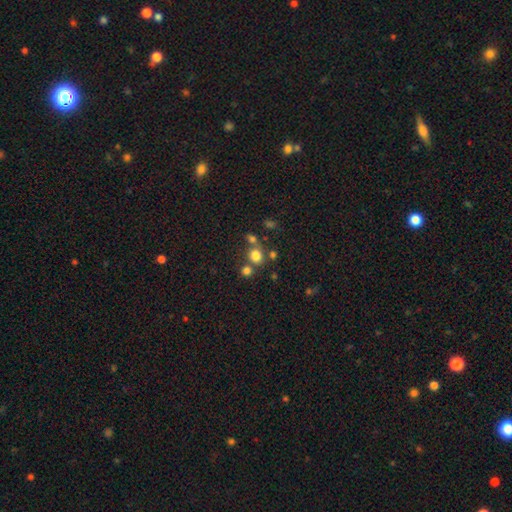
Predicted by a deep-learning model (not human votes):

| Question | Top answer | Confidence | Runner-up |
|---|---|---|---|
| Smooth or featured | smooth | 77% | star or artifact (16%) |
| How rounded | round | 77% | in between (22%) |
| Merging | none | 61% | merger (25%) |